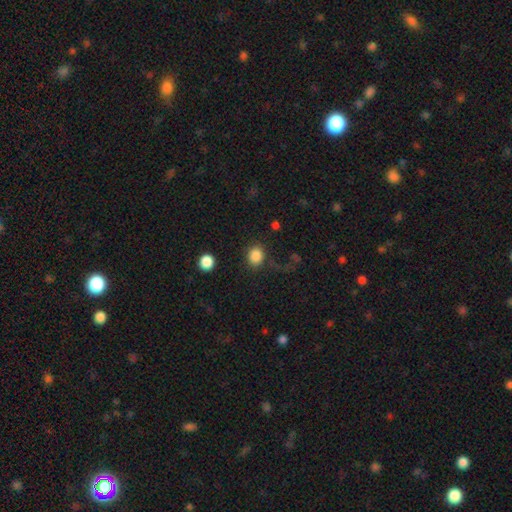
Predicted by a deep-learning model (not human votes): smooth_or_featured: smooth (p=0.86) [alt: star or artifact p=0.10]
how_rounded: round (p=0.71) [alt: in between p=0.28]
merging: none (p=0.80) [alt: minor disturbance p=0.11]